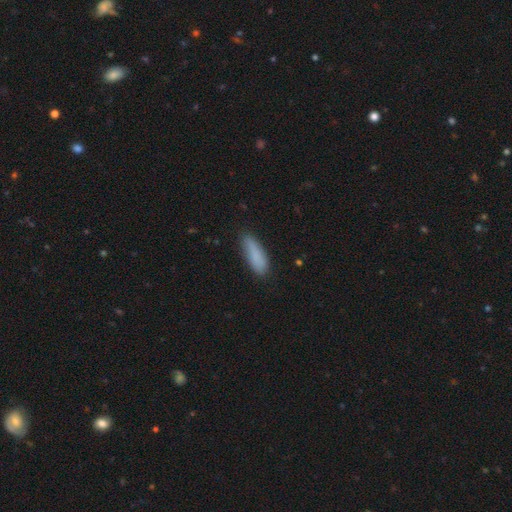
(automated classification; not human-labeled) smooth_or_featured: smooth (p=0.85) [alt: featured or disk p=0.08]
how_rounded: in between (p=0.51) [alt: cigar-shaped p=0.47]
merging: none (p=0.78) [alt: minor disturbance p=0.18]